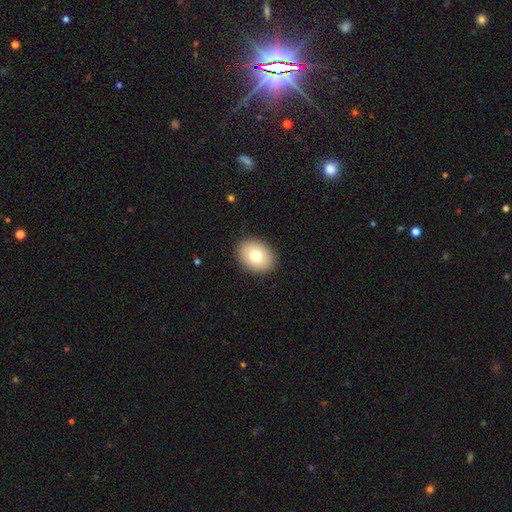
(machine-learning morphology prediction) smooth-or-featured: smooth: 76% | featured or disk: 16% | star or artifact: 8%
  how-rounded: in between: 66% | round: 33% | cigar-shaped: 1%
  merging: none: 89% | minor disturbance: 7% | major disturbance: 2% | merger: 1%